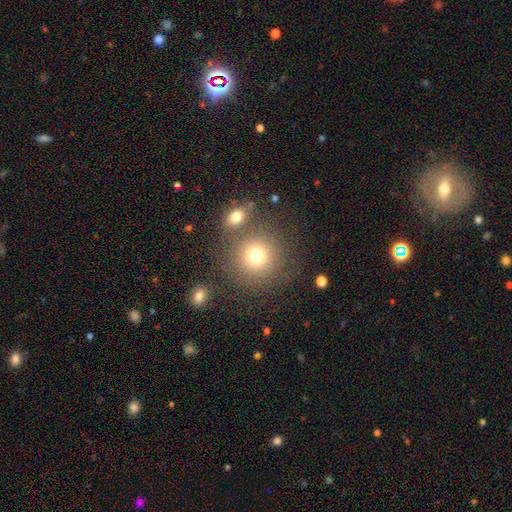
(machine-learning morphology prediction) Q: Smooth or featured?
A: smooth (76%); runner-up: star or artifact (14%)
Q: How rounded?
A: round (91%); runner-up: in between (8%)
Q: Merging?
A: none (71%); runner-up: merger (15%)